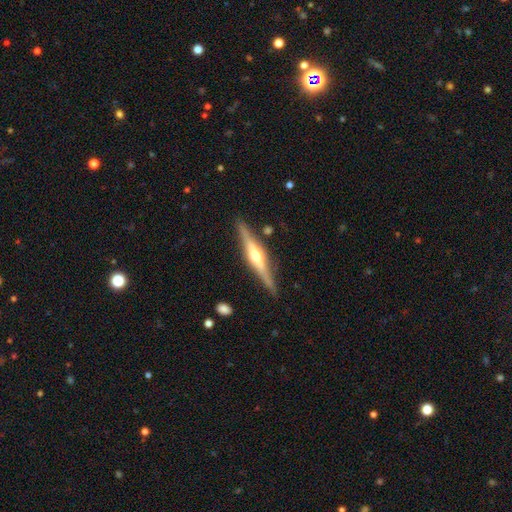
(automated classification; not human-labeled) This is likely a featured or disk galaxy (79%). It is clearly viewed edge-on (98%). Edge-on bulge: clearly rounded (90%). Merging: clearly none (88%).